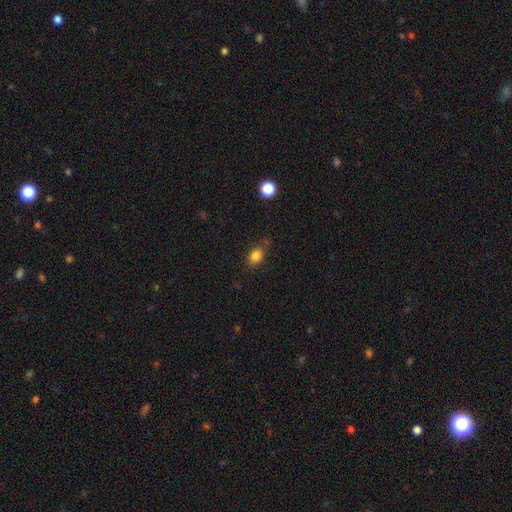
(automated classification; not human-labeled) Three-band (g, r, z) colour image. It shows a smooth galaxy with no disk features (83%) that is in between round and cigar-shaped (63%). Merging: none (69%).